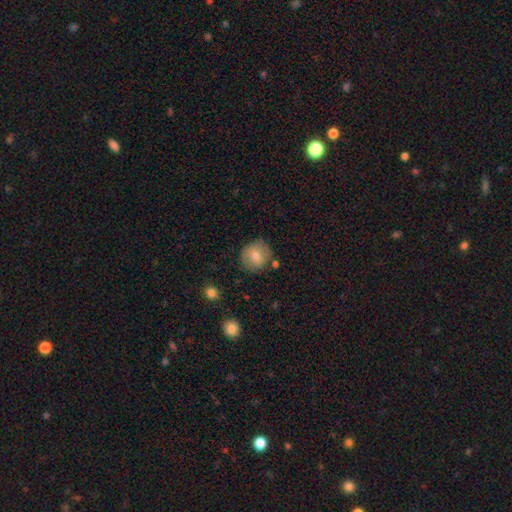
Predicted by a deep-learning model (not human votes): A smooth galaxy with no disk features (72%) that is round (89%). Merging: none (83%).